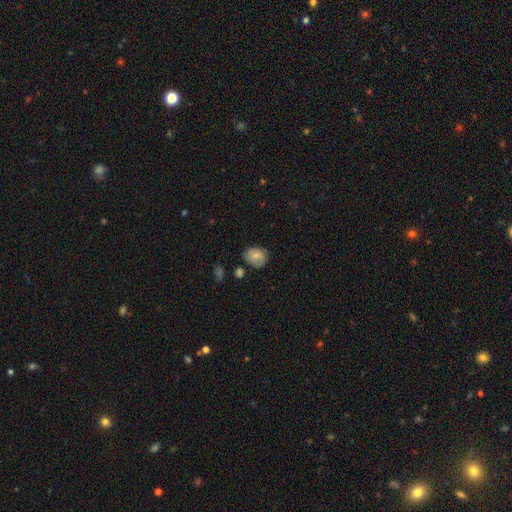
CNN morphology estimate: Q: Smooth or featured?
A: smooth (72%); runner-up: featured or disk (20%)
Q: How rounded?
A: round (54%); runner-up: in between (45%)
Q: Merging?
A: none (67%); runner-up: minor disturbance (24%)